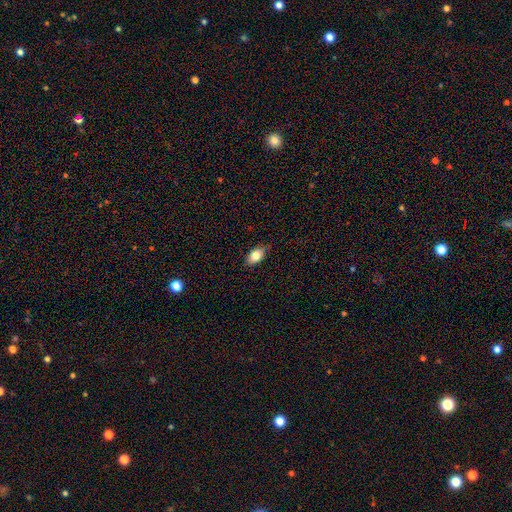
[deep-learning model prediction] smooth 81%, featured or disk 12%, star or artifact 8%. Down the decision tree: how rounded — in between (88%); merging — none (81%).